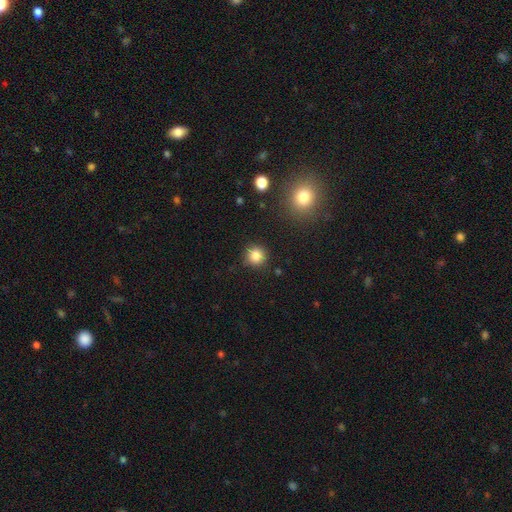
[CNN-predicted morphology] A smooth galaxy with no disk features (83%) that is round (92%).

Vote fractions:
- Smooth or featured? smooth: 83% / star or artifact: 12% / featured or disk: 5%
- How rounded? round: 92% / in between: 7% / cigar-shaped: 1%
- Merging? none: 88% / minor disturbance: 8% / major disturbance: 2% / merger: 2%